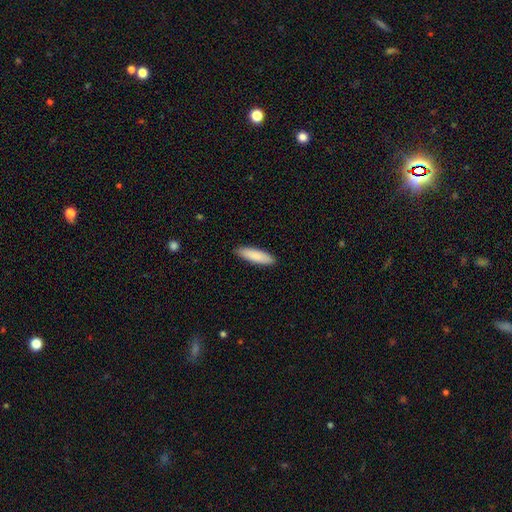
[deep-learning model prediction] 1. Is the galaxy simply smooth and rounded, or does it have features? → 87% smooth, 7% featured or disk, 5% star or artifact.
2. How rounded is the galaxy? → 62% cigar-shaped, 37% in between, 1% round.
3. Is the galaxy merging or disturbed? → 89% none, 8% minor disturbance, 2% major disturbance, 1% merger.